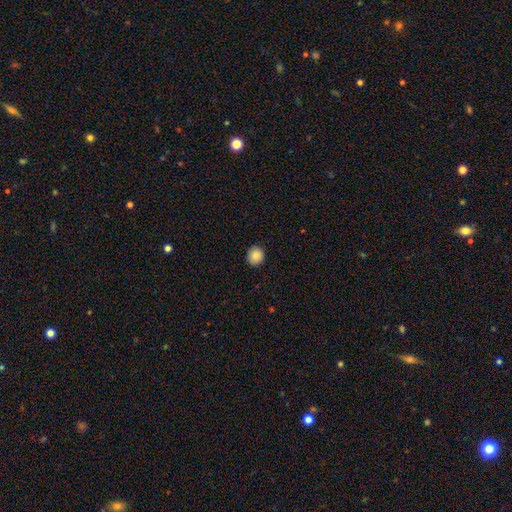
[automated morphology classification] smooth-or-featured: smooth: 87% | star or artifact: 9% | featured or disk: 5%
  how-rounded: round: 87% | in between: 12% | cigar-shaped: 1%
  merging: none: 91% | minor disturbance: 7% | major disturbance: 2% | merger: 1%